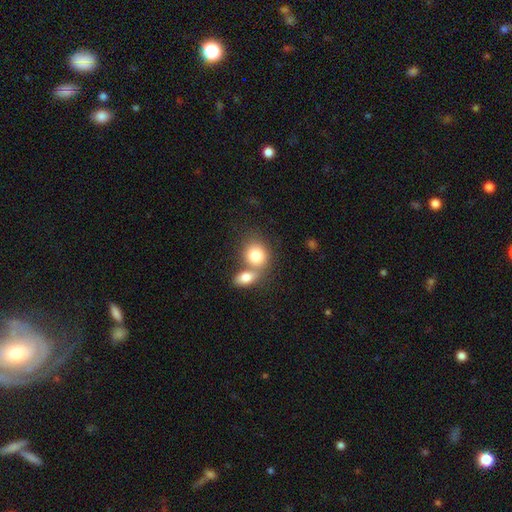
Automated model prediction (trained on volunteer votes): Morphology: type=smooth (81%); roundness=round (59%); merging=merger (56%).